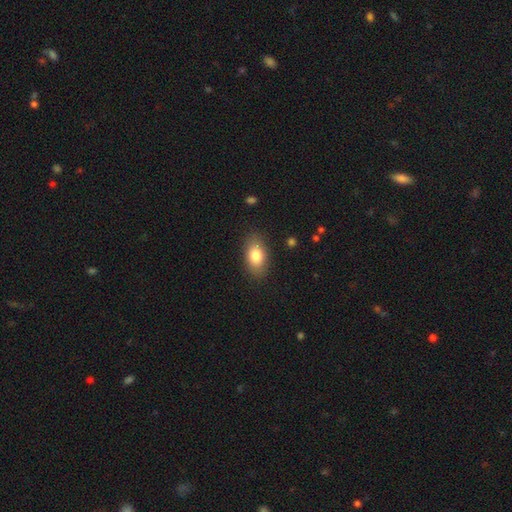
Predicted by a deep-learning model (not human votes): Overall: smooth (81%). How rounded: in between (88%). Merging: none (85%).